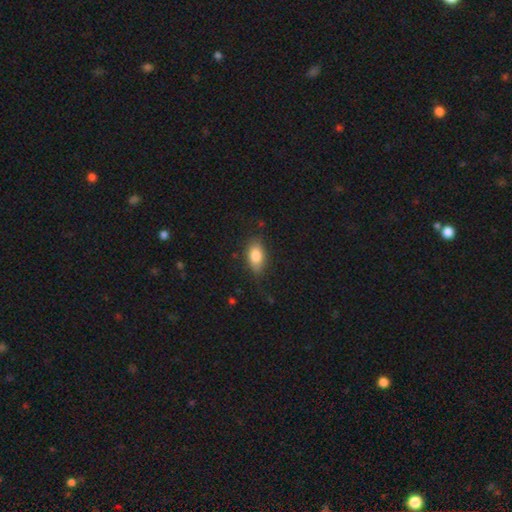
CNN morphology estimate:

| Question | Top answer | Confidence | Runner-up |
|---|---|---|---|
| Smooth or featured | smooth | 82% | featured or disk (11%) |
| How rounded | in between | 88% | round (7%) |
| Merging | none | 73% | minor disturbance (20%) |